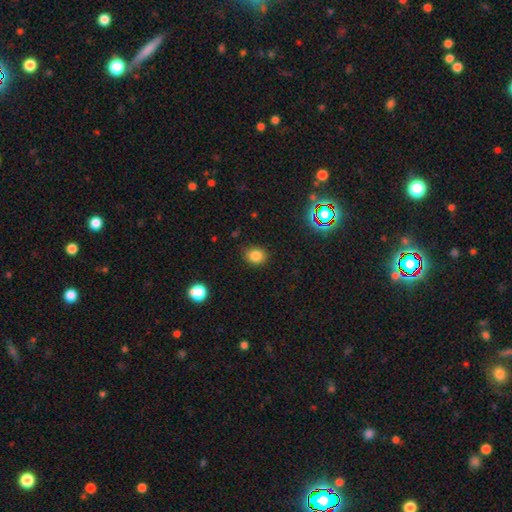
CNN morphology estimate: Q: Smooth or featured?
A: smooth (82%); runner-up: star or artifact (13%)
Q: How rounded?
A: round (63%); runner-up: in between (36%)
Q: Merging?
A: none (85%); runner-up: minor disturbance (11%)